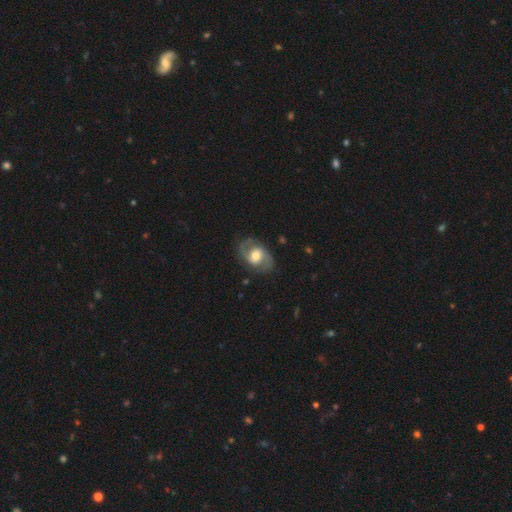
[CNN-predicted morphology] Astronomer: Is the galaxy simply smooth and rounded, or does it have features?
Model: featured or disk — 79%.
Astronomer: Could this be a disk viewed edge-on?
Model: no — 97%.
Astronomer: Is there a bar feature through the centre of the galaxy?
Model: weak — 44% (runner-up: no, 42%).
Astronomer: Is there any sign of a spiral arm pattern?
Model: yes — 91%.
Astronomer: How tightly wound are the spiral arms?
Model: medium — 55%.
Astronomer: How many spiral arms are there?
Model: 2 — 91%.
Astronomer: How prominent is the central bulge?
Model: moderate — 61%.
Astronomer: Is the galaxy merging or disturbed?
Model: none — 80%.